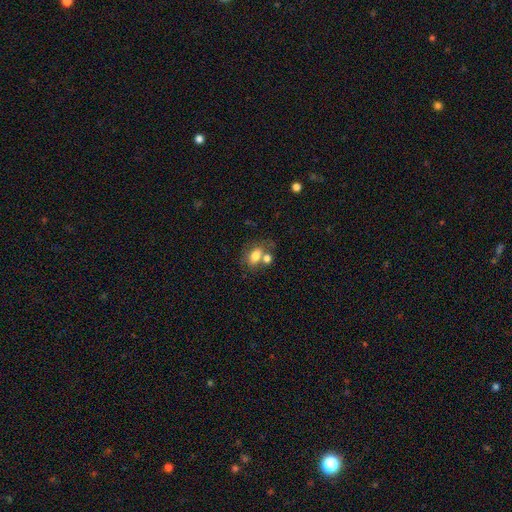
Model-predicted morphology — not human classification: A smooth galaxy with no disk features (75%) that is in between round and cigar-shaped (80%).

Vote fractions:
- Smooth or featured? smooth: 75% / featured or disk: 16% / star or artifact: 10%
- How rounded? in between: 80% / round: 18% / cigar-shaped: 2%
- Merging? none: 42% / merger: 37% / minor disturbance: 14% / major disturbance: 7%